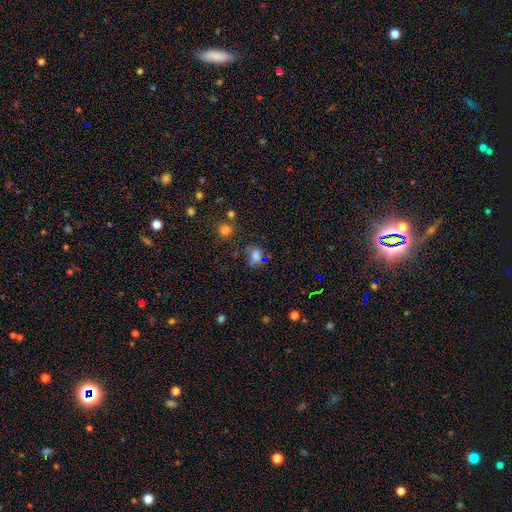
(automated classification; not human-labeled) Smooth or featured: smooth — 60% (star or artifact — 28%)
How rounded: round — 50% (in between — 47%)
Merging: none — 53% (minor disturbance — 19%)